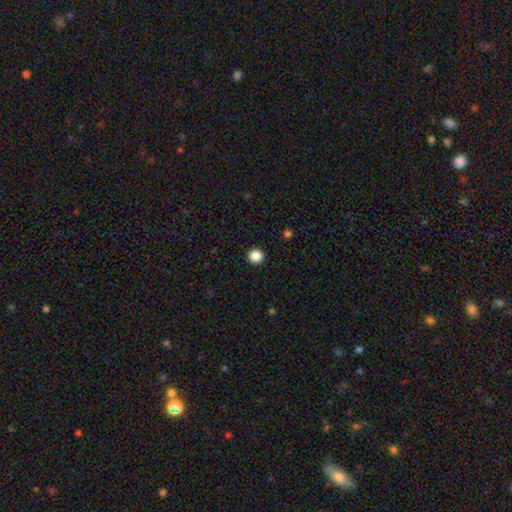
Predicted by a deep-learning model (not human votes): Smooth or featured? smooth (87%)
How rounded? round (95%)
Merging? none (94%)